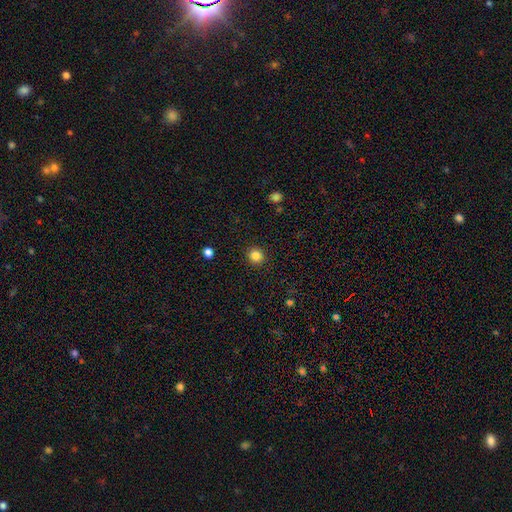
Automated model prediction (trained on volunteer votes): The model was most divided on "smooth or featured": smooth: 84%, star or artifact: 11%, featured or disk: 5%. More confident: merging — none (92%); how rounded — round (92%).